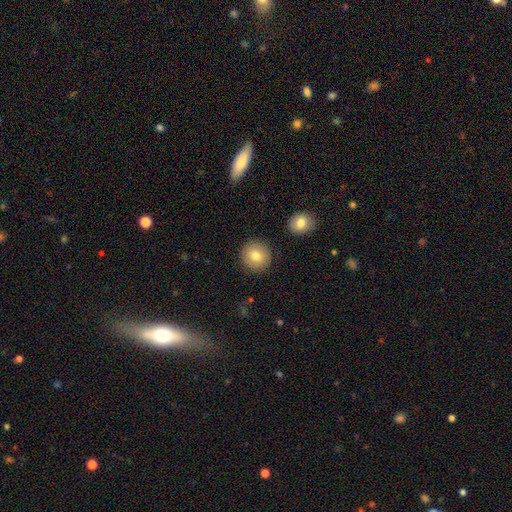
Q: Smooth or featured?
A: smooth (82%); runner-up: featured or disk (16%)
Q: How rounded?
A: round (97%); runner-up: in between (3%)
Q: Merging?
A: none (89%); runner-up: minor disturbance (5%)